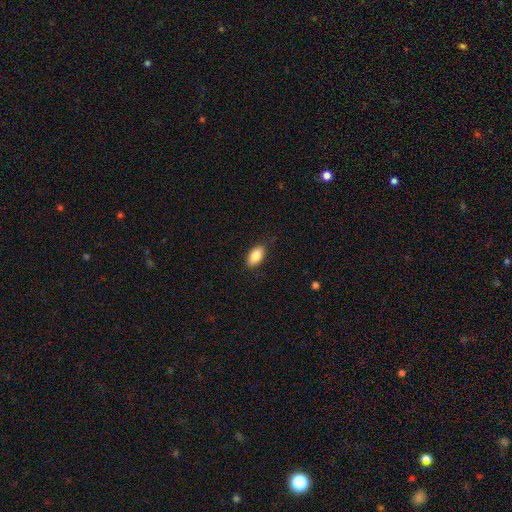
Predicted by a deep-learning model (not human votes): Smooth or featured: smooth — 86% (star or artifact — 7%)
How rounded: in between — 93% (round — 4%)
Merging: none — 85% (minor disturbance — 11%)